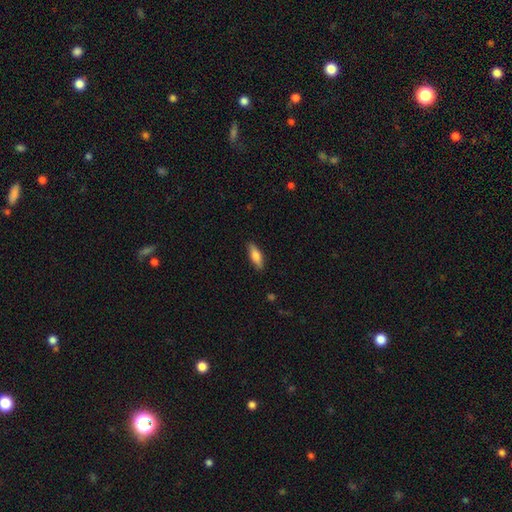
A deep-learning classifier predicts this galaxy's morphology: This is likely a smooth galaxy (75%). How rounded: possibly in between (56%). Merging: clearly none (86%).